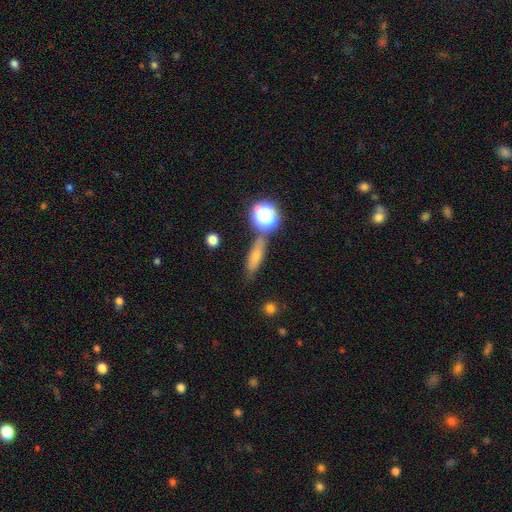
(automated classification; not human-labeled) Overall: smooth (51%; featured or disk 26%). How rounded: cigar-shaped (56%; in between 30%). Merging: none (76%).